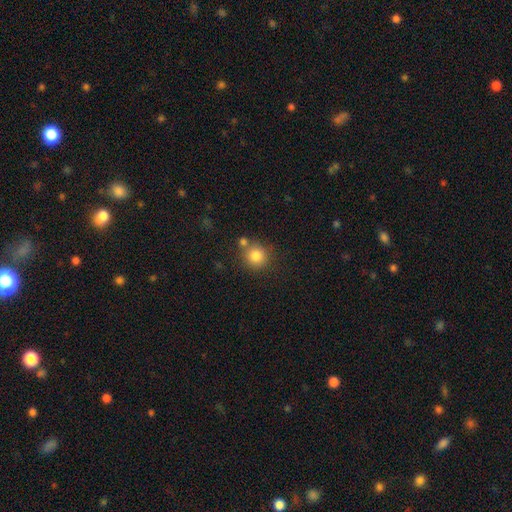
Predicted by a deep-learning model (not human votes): Overall: smooth (82%). How rounded: round (91%). Merging: none (69%).